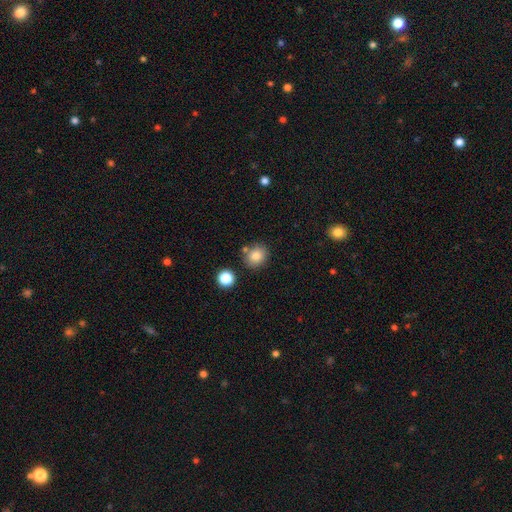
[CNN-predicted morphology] This appears to be a smooth galaxy with no disk features (83%) that is round (76%). Merging: none (78%).